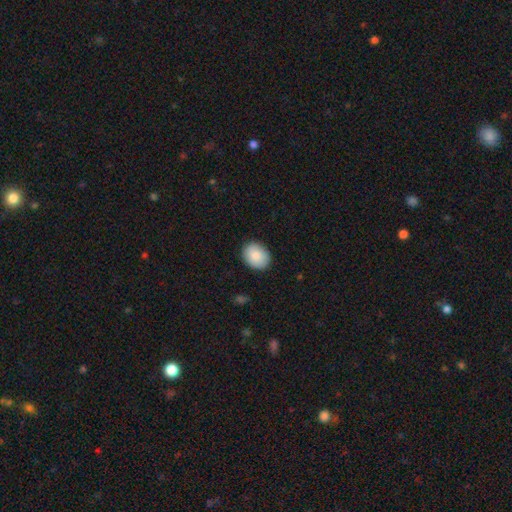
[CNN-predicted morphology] Smooth or featured?
  - smooth: 88% *
  - star or artifact: 6%
  - featured or disk: 5%
How rounded?
  - in between: 61% *
  - round: 38%
  - cigar-shaped: 1%
Merging?
  - none: 89% *
  - minor disturbance: 8%
  - major disturbance: 2%
  - merger: 1%